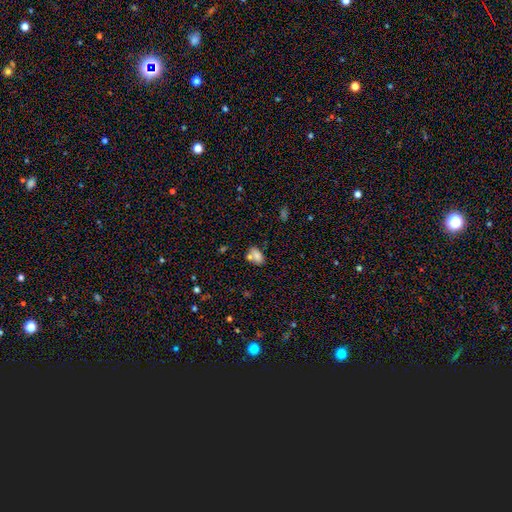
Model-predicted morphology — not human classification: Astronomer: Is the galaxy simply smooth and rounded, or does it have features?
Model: smooth — 77%.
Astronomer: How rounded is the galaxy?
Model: in between — 85%.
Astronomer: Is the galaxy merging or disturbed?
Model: none — 50% (runner-up: merger, 29%).